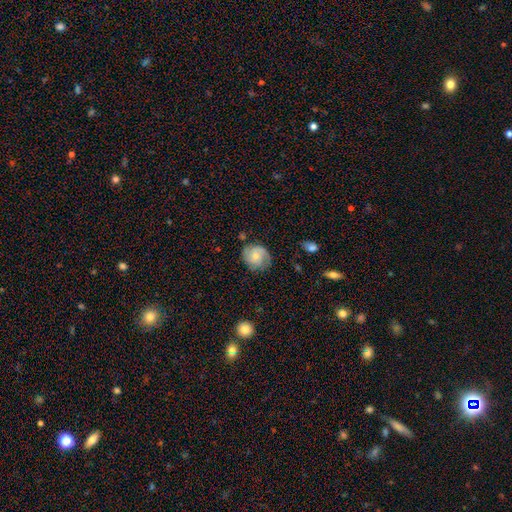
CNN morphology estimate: Smooth or featured? featured or disk (51%)
Edge-on disk? no (98%)
Bar? no (75%)
Spiral arms? yes (86%)
Bulge size? small (54%)
Merging? none (70%)